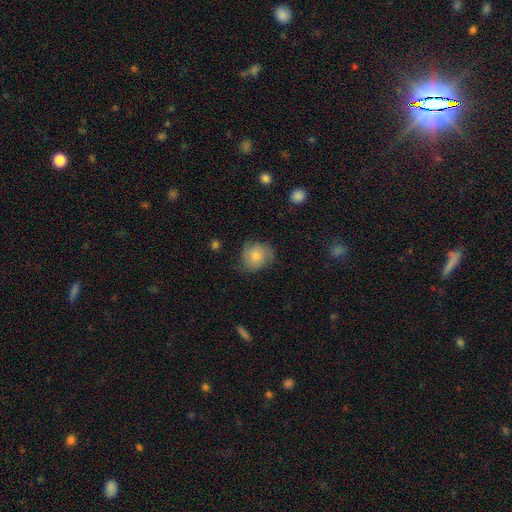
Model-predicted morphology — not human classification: This appears to be a smooth galaxy with no disk features (76%) that is round (75%). Merging: none (64%).